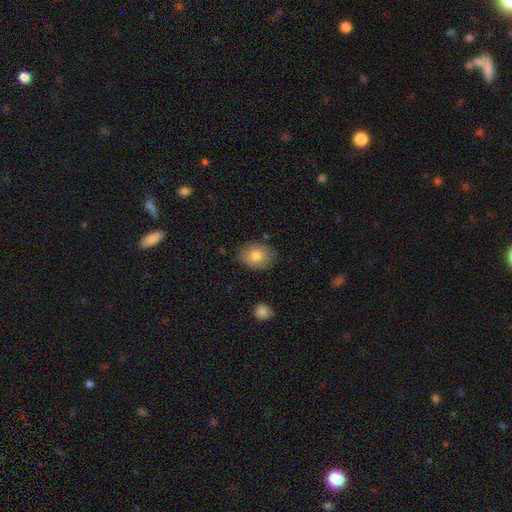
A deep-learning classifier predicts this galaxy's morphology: Smooth or featured? smooth (80%)
How rounded? in between (62%)
Merging? none (81%)